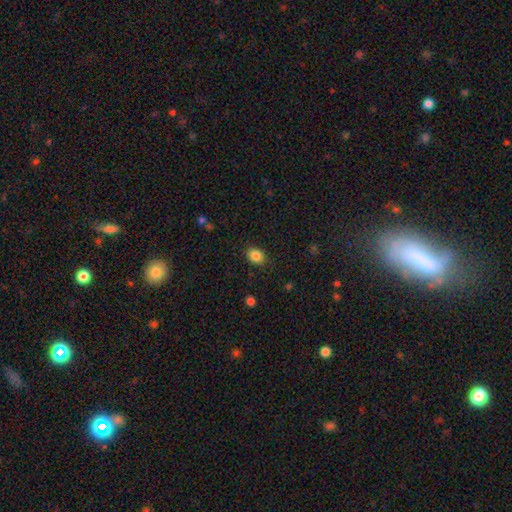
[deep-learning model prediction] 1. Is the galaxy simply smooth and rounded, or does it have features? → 86% smooth, 9% star or artifact, 5% featured or disk.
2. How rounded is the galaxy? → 58% in between, 41% round, 1% cigar-shaped.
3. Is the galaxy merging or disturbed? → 86% none, 10% minor disturbance, 3% major disturbance, 1% merger.